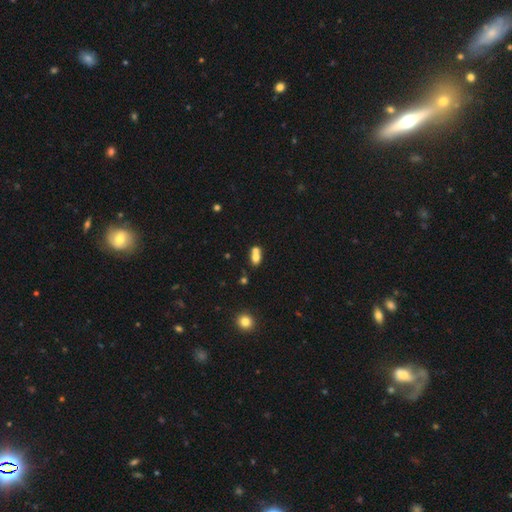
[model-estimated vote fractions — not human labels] Overall: smooth (72%). How rounded: in between (64%; round 33%). Merging: merger (58%; none 31%).